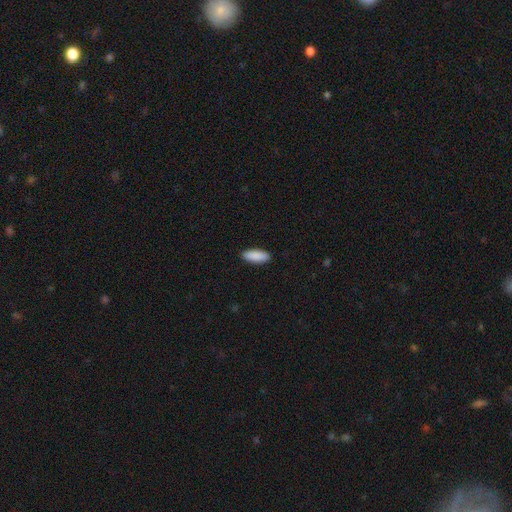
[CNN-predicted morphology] Smooth or featured: smooth — 90% (star or artifact — 6%)
How rounded: in between — 71% (cigar-shaped — 27%)
Merging: none — 91% (minor disturbance — 7%)